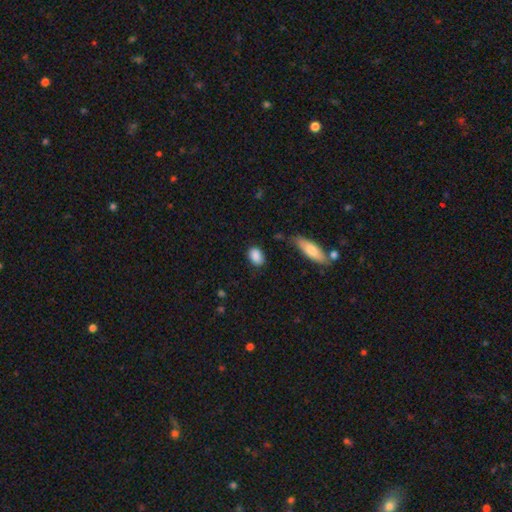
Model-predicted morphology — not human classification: smooth-or-featured: smooth: 88% | star or artifact: 7% | featured or disk: 5%
  how-rounded: in between: 83% | round: 15% | cigar-shaped: 2%
  merging: none: 80% | minor disturbance: 14% | major disturbance: 3% | merger: 3%